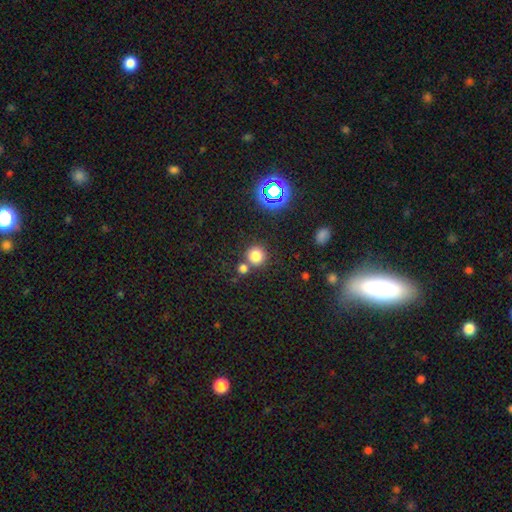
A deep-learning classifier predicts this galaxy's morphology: Smooth or featured: smooth — 76% (star or artifact — 18%)
How rounded: round — 93% (in between — 6%)
Merging: none — 69% (merger — 20%)